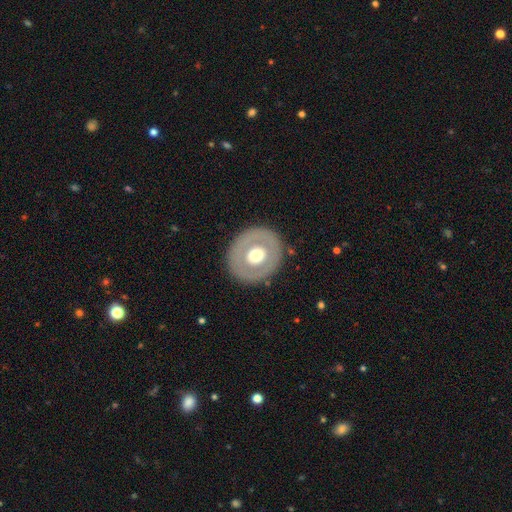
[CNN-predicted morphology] This appears to be a featured or disk galaxy (49%). Merging: none (86%).